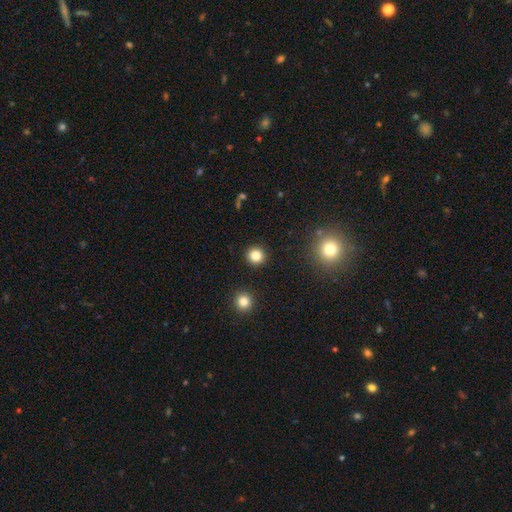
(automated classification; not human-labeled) This appears to be a smooth galaxy with no disk features (83%) that is round (94%). Merging: none (92%).